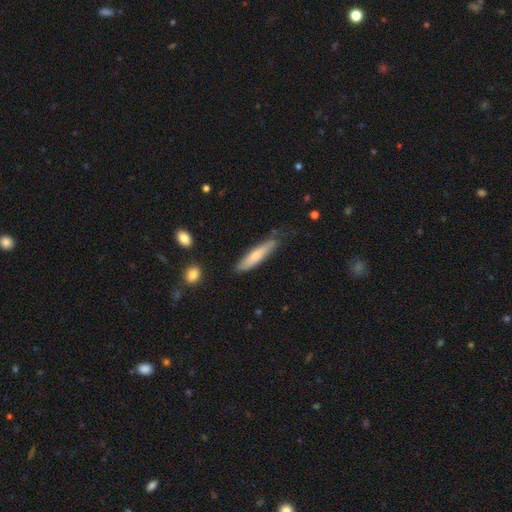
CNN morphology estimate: Smooth or featured?
  - smooth: 69% *
  - featured or disk: 25%
  - star or artifact: 6%
How rounded?
  - cigar-shaped: 84% *
  - in between: 14%
  - round: 1%
Merging?
  - none: 72% *
  - minor disturbance: 21%
  - major disturbance: 4%
  - merger: 3%